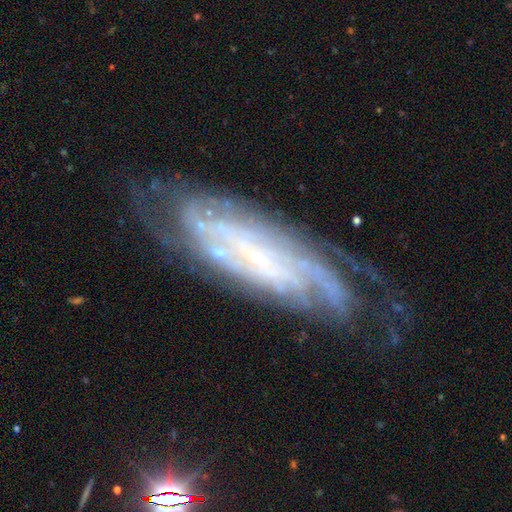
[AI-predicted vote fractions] Smooth or featured: featured or disk — 85% (smooth — 8%)
Edge-on disk: no — 84% (yes — 16%)
Bar: no — 55% (weak — 30%)
Spiral arms: yes — 95% (no — 5%)
Spiral winding: tight — 67% (medium — 27%)
Spiral arm count: can't tell — 39% (4 — 16%)
Bulge size: small — 84% (moderate — 9%)
Merging: none — 69% (minor disturbance — 20%)